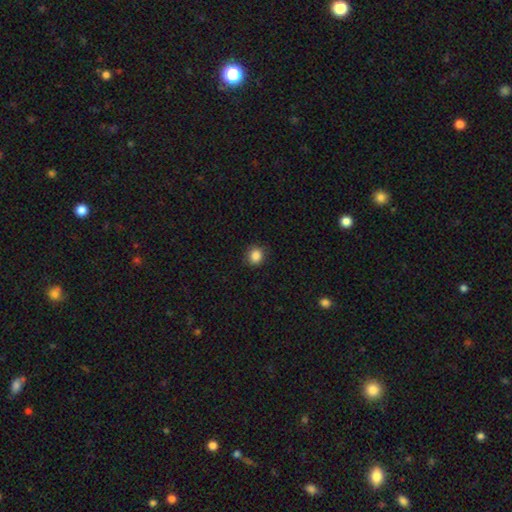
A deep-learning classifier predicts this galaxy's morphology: type=smooth (86%); roundness=round (79%); merging=none (86%).